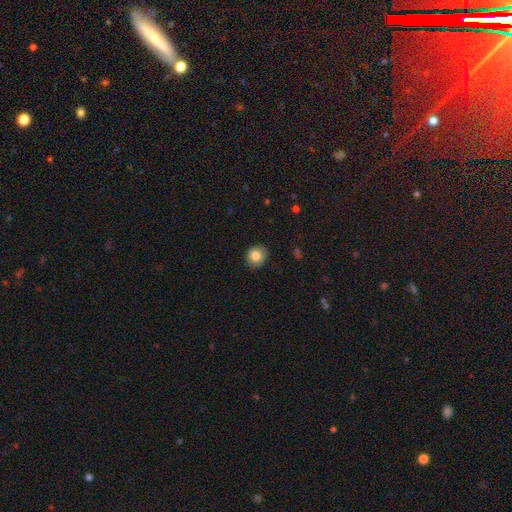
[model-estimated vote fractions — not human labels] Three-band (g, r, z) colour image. It shows a smooth galaxy with no disk features (82%) that is round (73%). Merging: none (87%).